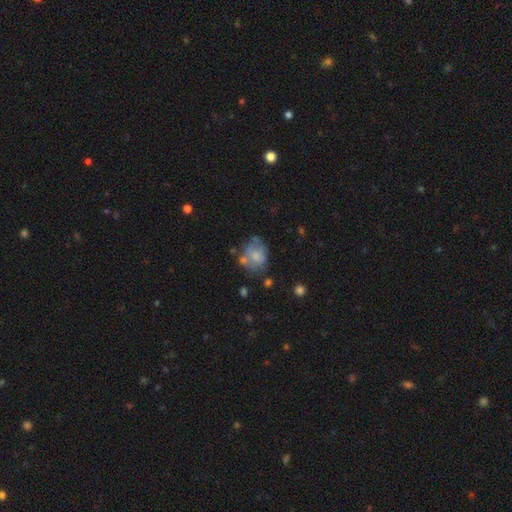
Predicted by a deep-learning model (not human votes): A smooth galaxy with no disk features (60%) that is round (56%).

Vote fractions:
- Smooth or featured? smooth: 60% / featured or disk: 31% / star or artifact: 9%
- How rounded? round: 56% / in between: 43% / cigar-shaped: 1%
- Merging? none: 43% / minor disturbance: 26% / merger: 15% / major disturbance: 15%